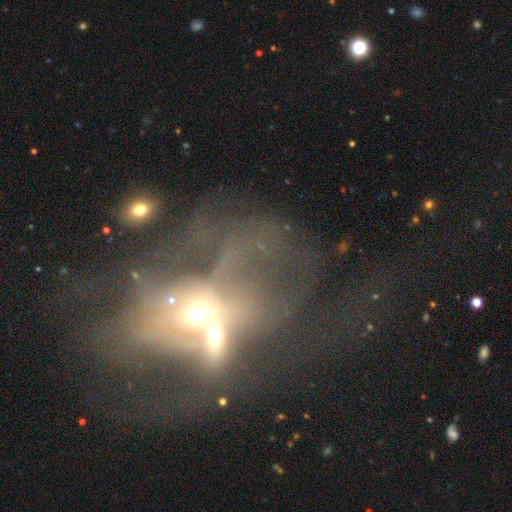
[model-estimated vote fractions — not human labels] Morphology: type=featured or disk (52%); edge-on=no (88%); merging=merger (53%).